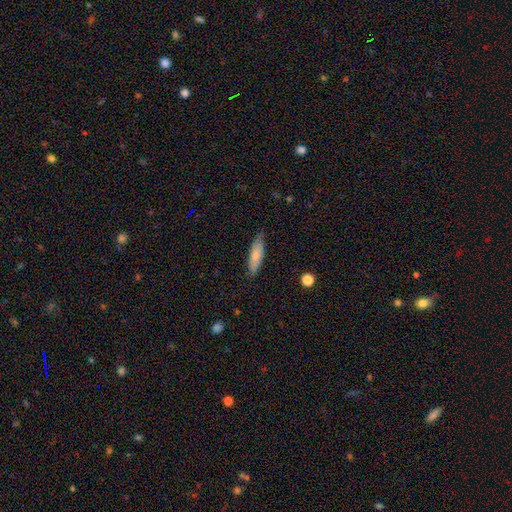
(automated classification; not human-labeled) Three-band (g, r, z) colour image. It shows a smooth galaxy with no disk features (76%) that is cigar-shaped (55%). Merging: none (77%).